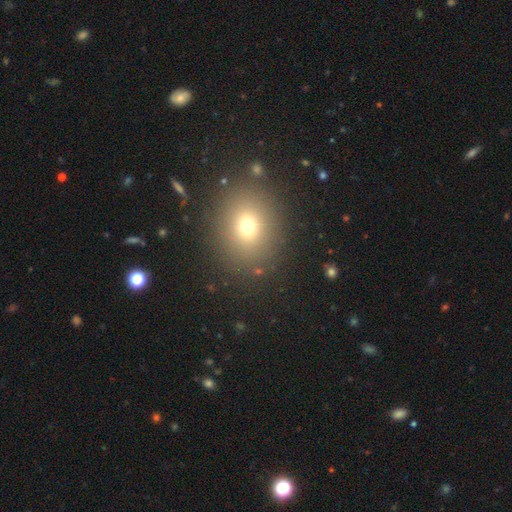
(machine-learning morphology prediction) Smooth or featured: smooth — 67% (star or artifact — 22%)
How rounded: round — 63% (in between — 36%)
Merging: none — 89% (minor disturbance — 7%)